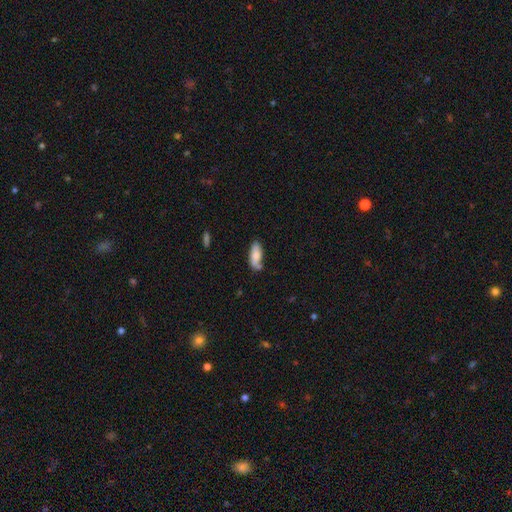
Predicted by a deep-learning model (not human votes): Smooth or featured: smooth — 78% (featured or disk — 16%)
How rounded: in between — 78% (cigar-shaped — 20%)
Merging: none — 61% (minor disturbance — 23%)